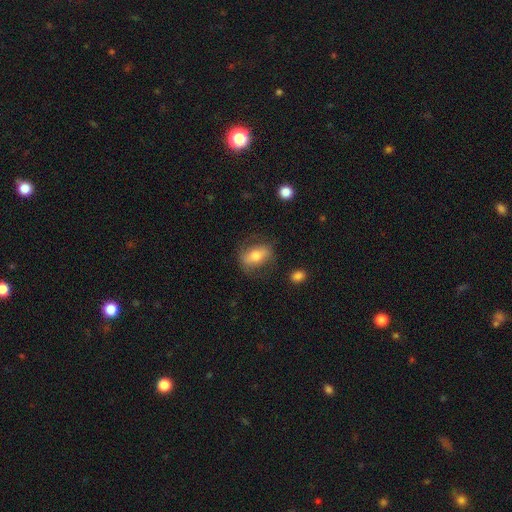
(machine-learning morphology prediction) Smooth or featured? Predicted: smooth (p=0.56). How rounded? Predicted: in between (p=0.79). Merging? Predicted: none (p=0.71).